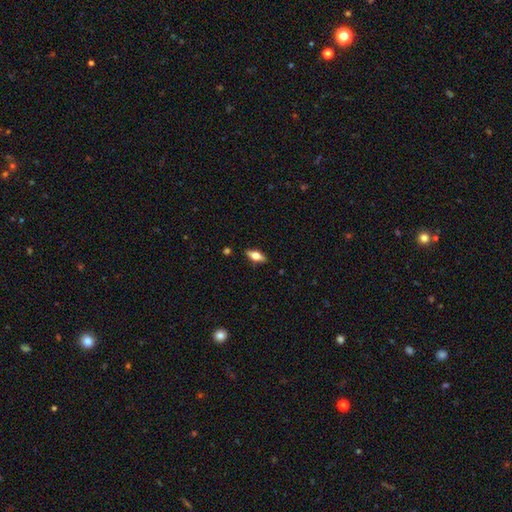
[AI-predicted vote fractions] smooth_or_featured: smooth (p=0.50) [alt: featured or disk p=0.43]
how_rounded: in between (p=0.73) [alt: cigar-shaped p=0.23]
merging: none (p=0.88) [alt: minor disturbance p=0.09]